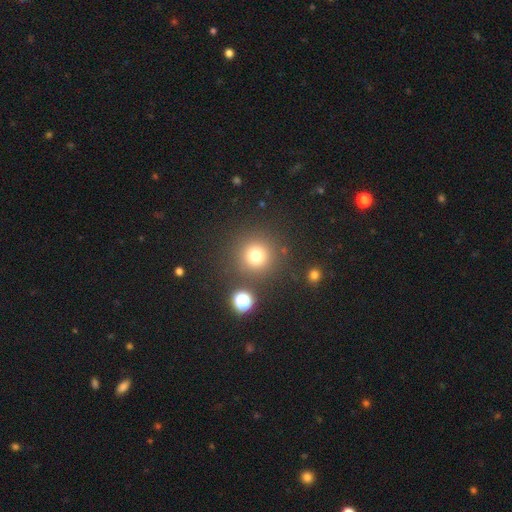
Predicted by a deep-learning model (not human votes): smooth_or_featured: smooth (p=0.75) [alt: star or artifact p=0.17]
how_rounded: round (p=0.95) [alt: in between p=0.04]
merging: none (p=0.85) [alt: minor disturbance p=0.07]